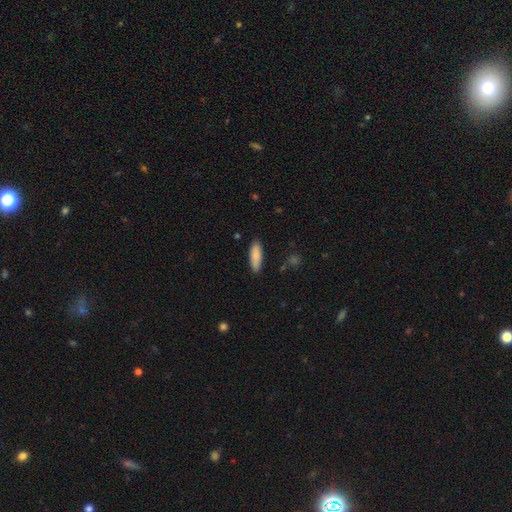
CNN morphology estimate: smooth-or-featured: smooth: 87% | featured or disk: 7% | star or artifact: 6%
  how-rounded: cigar-shaped: 52% | in between: 47% | round: 2%
  merging: none: 88% | minor disturbance: 9% | major disturbance: 2% | merger: 1%